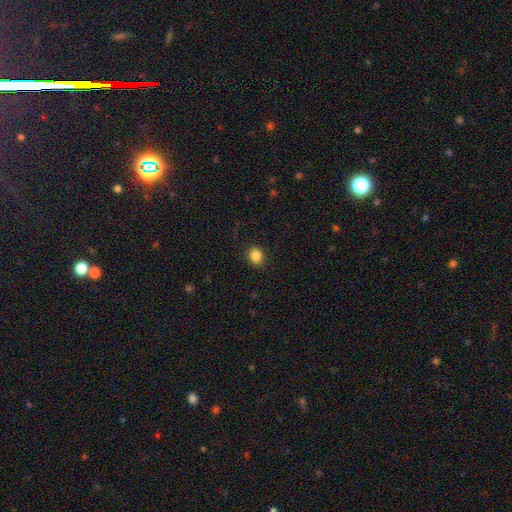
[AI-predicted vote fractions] Q: Smooth or featured?
A: smooth (86%); runner-up: star or artifact (10%)
Q: How rounded?
A: round (63%); runner-up: in between (36%)
Q: Merging?
A: none (90%); runner-up: minor disturbance (7%)